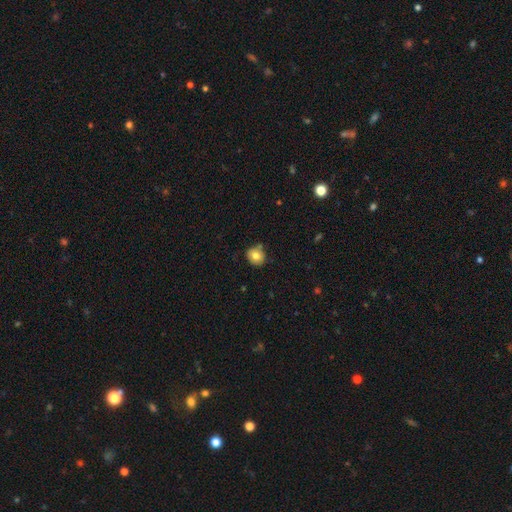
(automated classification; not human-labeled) smooth-or-featured: smooth: 77% | featured or disk: 13% | star or artifact: 10%
  how-rounded: round: 78% | in between: 21% | cigar-shaped: 1%
  merging: none: 73% | minor disturbance: 17% | merger: 6% | major disturbance: 3%